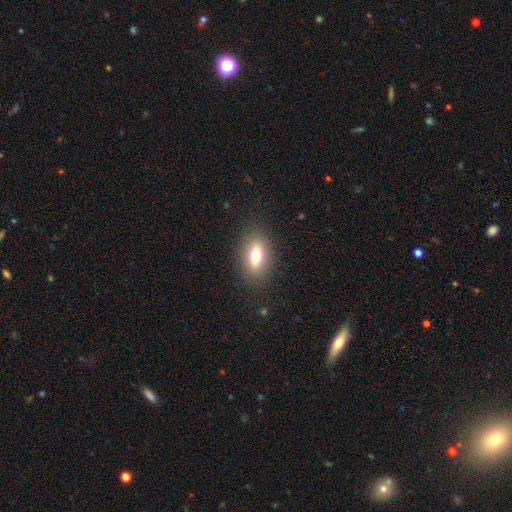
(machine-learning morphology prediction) Overall: smooth (70%). How rounded: in between (79%). Merging: none (86%).